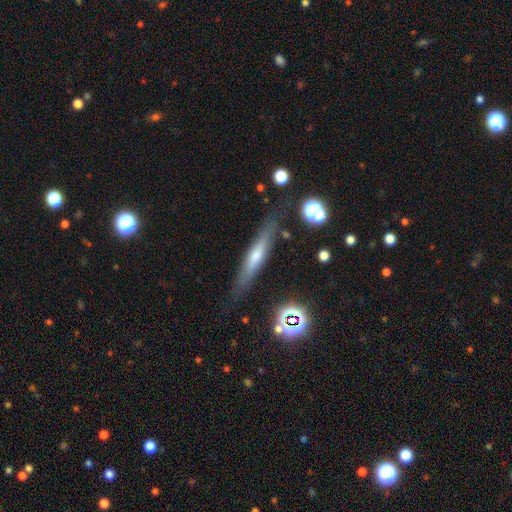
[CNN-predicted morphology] Smooth or featured? featured or disk (49%)
Merging? none (81%)